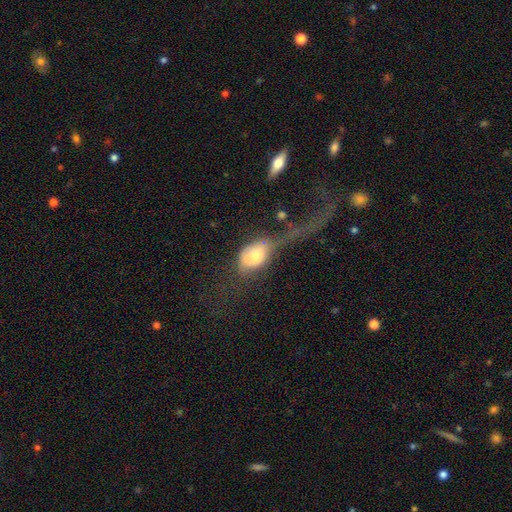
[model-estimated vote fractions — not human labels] Smooth or featured: smooth — 68% (featured or disk — 24%)
How rounded: in between — 78% (round — 19%)
Merging: major disturbance — 63% (none — 14%)